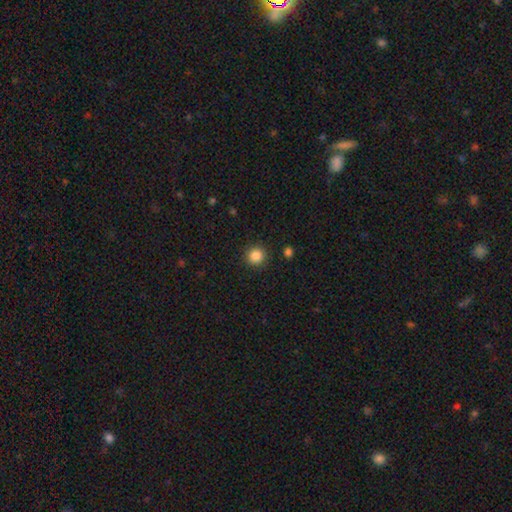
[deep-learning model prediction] Smooth or featured? smooth (86%)
How rounded? round (93%)
Merging? none (91%)